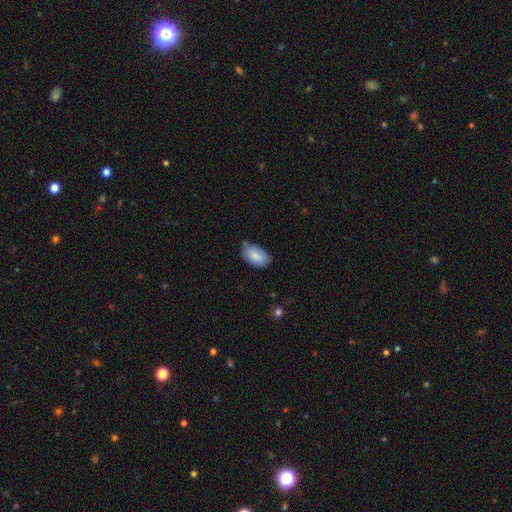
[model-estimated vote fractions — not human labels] smooth-or-featured: smooth: 83% | featured or disk: 10% | star or artifact: 6%
  how-rounded: in between: 94% | round: 4% | cigar-shaped: 2%
  merging: none: 59% | minor disturbance: 33% | major disturbance: 5% | merger: 2%